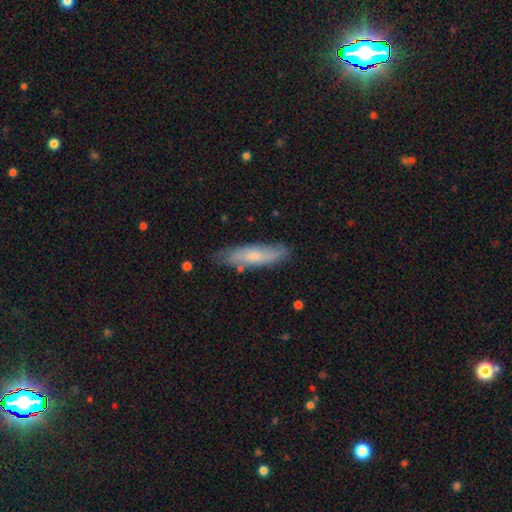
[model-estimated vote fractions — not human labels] Smooth or featured? Predicted: smooth (p=0.64). How rounded? Predicted: cigar-shaped (p=0.61). Merging? Predicted: none (p=0.76).